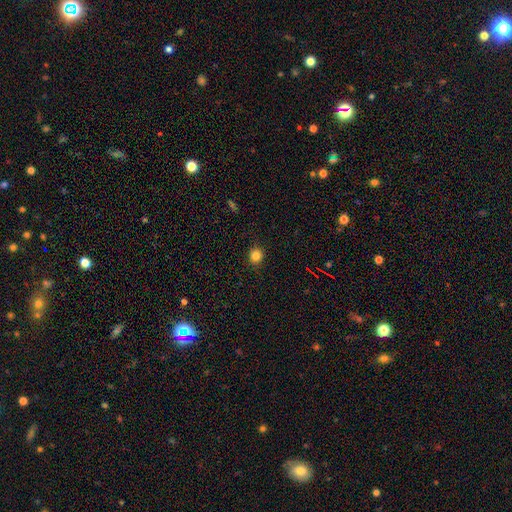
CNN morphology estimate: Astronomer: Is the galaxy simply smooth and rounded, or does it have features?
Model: smooth — 82%.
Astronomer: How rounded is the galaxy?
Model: round — 86%.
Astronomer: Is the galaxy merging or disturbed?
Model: none — 89%.